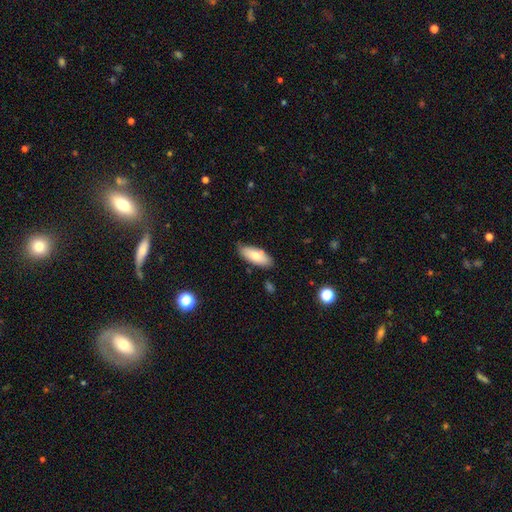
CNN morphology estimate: A smooth galaxy with no disk features (75%) that is in between round and cigar-shaped (79%).

Vote fractions:
- Smooth or featured? smooth: 75% / featured or disk: 18% / star or artifact: 6%
- How rounded? in between: 79% / cigar-shaped: 19% / round: 2%
- Merging? none: 80% / minor disturbance: 14% / merger: 3% / major disturbance: 2%